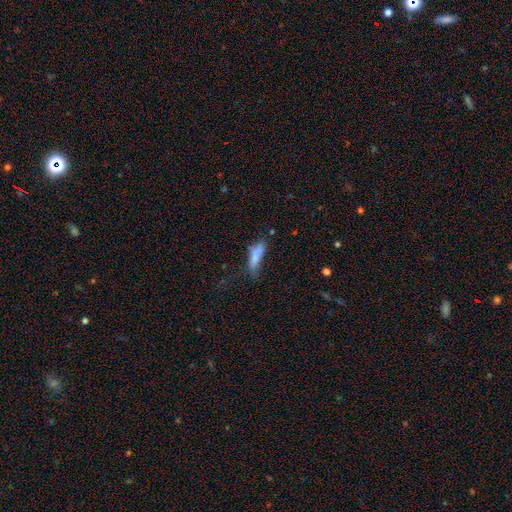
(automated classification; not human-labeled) Smooth or featured? smooth (71%)
How rounded? cigar-shaped (50%)
Merging? none (39%)